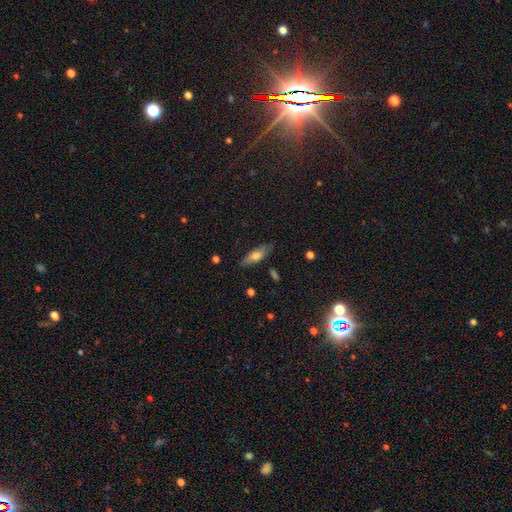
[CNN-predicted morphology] Q: Smooth or featured?
A: smooth (63%); runner-up: featured or disk (30%)
Q: How rounded?
A: in between (62%); runner-up: cigar-shaped (36%)
Q: Merging?
A: none (81%); runner-up: minor disturbance (15%)